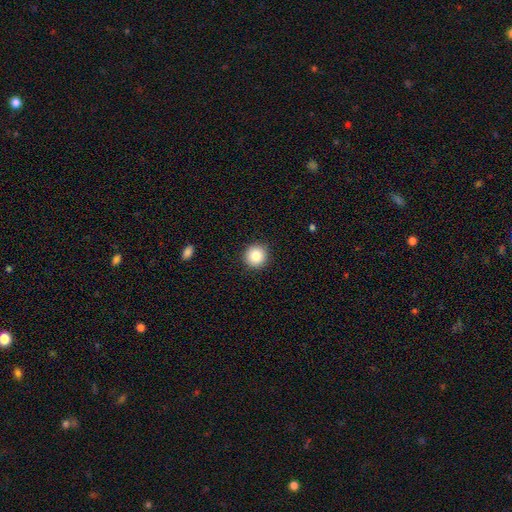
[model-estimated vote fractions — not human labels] This appears to be a smooth galaxy with no disk features (85%) that is round (94%). Merging: none (92%).